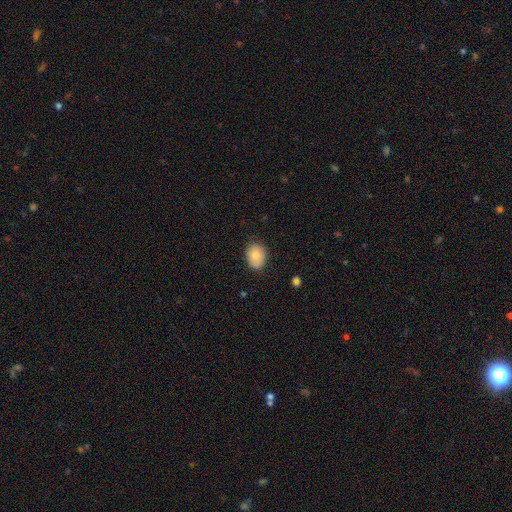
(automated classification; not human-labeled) A smooth galaxy with no disk features (82%) that is in between round and cigar-shaped (62%).

Vote fractions:
- Smooth or featured? smooth: 82% / featured or disk: 10% / star or artifact: 8%
- How rounded? in between: 62% / round: 37% / cigar-shaped: 1%
- Merging? none: 79% / minor disturbance: 17% / major disturbance: 3% / merger: 1%